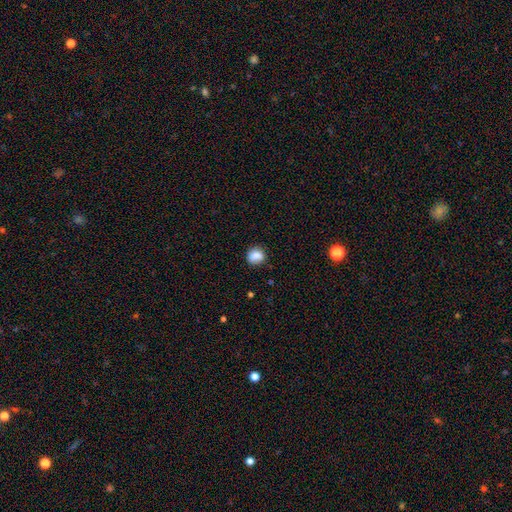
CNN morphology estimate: Q: Smooth or featured?
A: smooth (83%); runner-up: star or artifact (9%)
Q: How rounded?
A: round (79%); runner-up: in between (20%)
Q: Merging?
A: none (80%); runner-up: minor disturbance (15%)